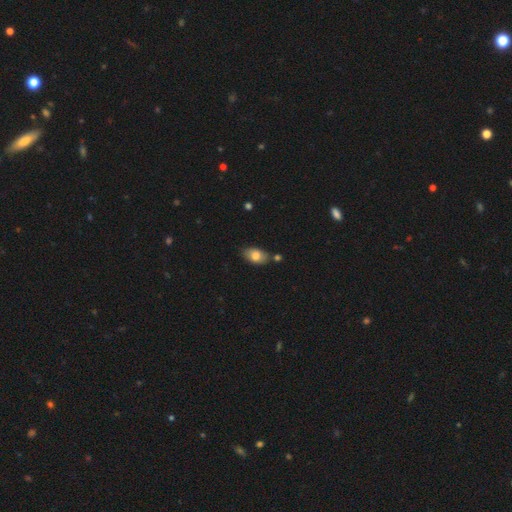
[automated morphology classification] A smooth galaxy with no disk features (78%) that is in between round and cigar-shaped (90%).

Vote fractions:
- Smooth or featured? smooth: 78% / featured or disk: 14% / star or artifact: 7%
- How rounded? in between: 90% / round: 8% / cigar-shaped: 2%
- Merging? none: 75% / minor disturbance: 15% / merger: 7% / major disturbance: 3%